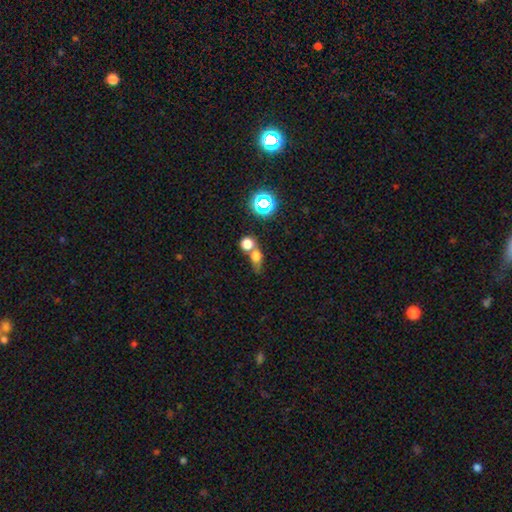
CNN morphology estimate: Overall: smooth (65%). How rounded: round (53%; in between 40%). Merging: merger (46%; none 37%).